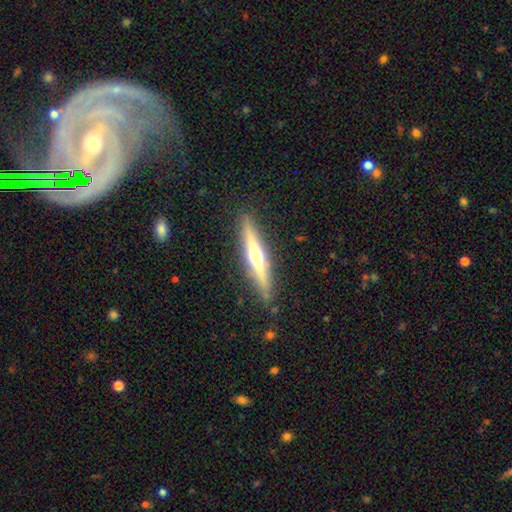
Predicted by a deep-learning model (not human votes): smooth-or-featured: featured or disk: 67% | smooth: 27% | star or artifact: 6%
  disk-edge-on: yes: 97% | no: 3%
    edge-on-bulge: rounded: 90% | none: 6% | boxy: 4%
  merging: none: 89% | minor disturbance: 8% | major disturbance: 2% | merger: 1%